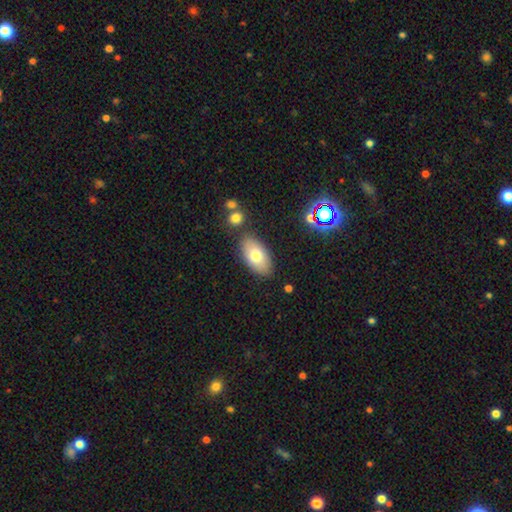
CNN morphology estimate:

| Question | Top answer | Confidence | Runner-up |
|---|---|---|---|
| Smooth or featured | smooth | 73% | featured or disk (19%) |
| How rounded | in between | 93% | round (4%) |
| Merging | none | 82% | minor disturbance (10%) |